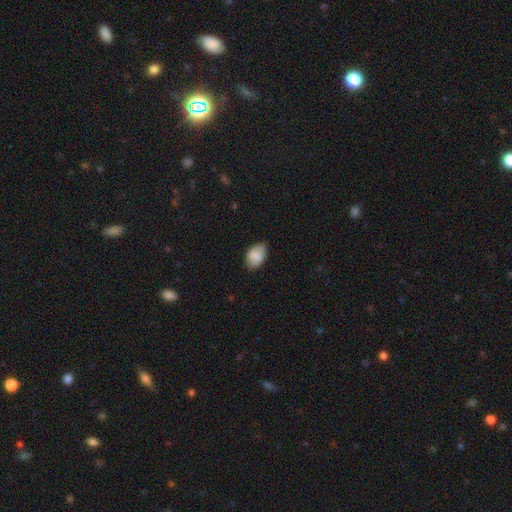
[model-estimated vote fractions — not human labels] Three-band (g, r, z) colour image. It shows a smooth galaxy with no disk features (84%) that is in between round and cigar-shaped (86%). Merging: none (73%).